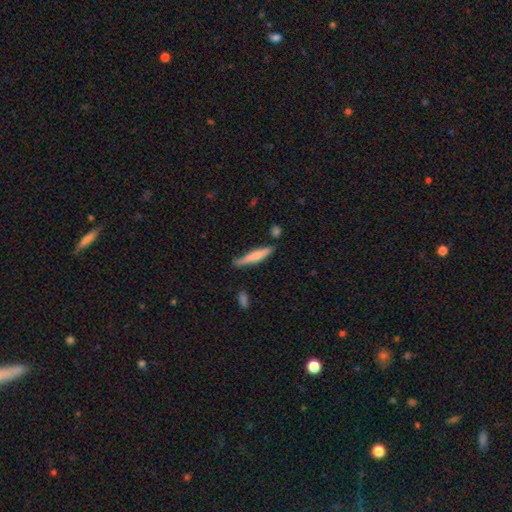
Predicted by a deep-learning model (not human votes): This is likely a smooth galaxy (61%). How rounded: clearly cigar-shaped (90%). Merging: likely none (77%).